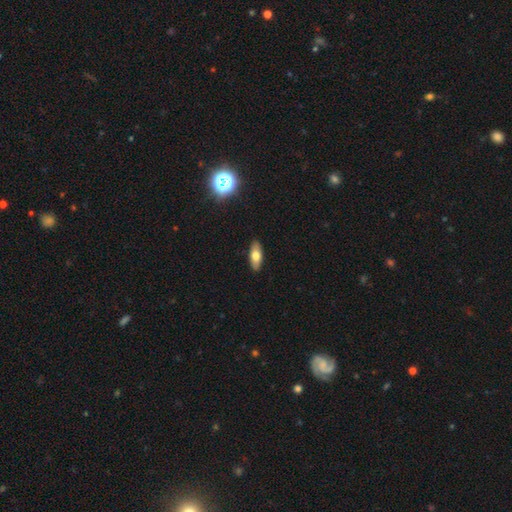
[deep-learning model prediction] Smooth or featured? Predicted: smooth (p=0.70). How rounded? Predicted: in between (p=0.78). Merging? Predicted: none (p=0.89).